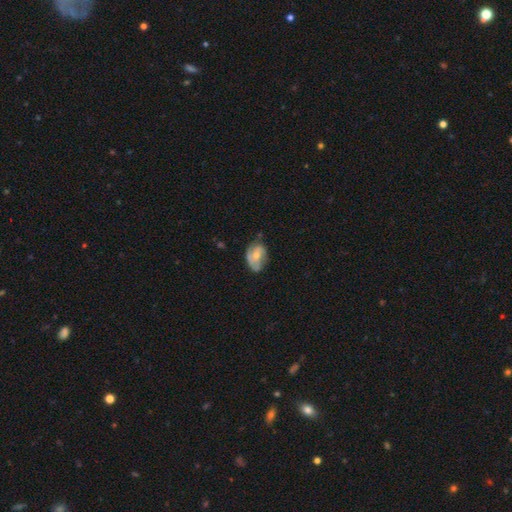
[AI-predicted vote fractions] smooth-or-featured: smooth: 49% | featured or disk: 44% | star or artifact: 7%
  merging: none: 48% | minor disturbance: 37% | major disturbance: 13% | merger: 3%